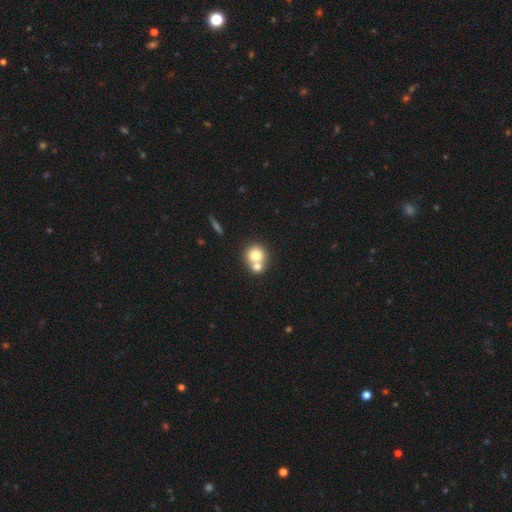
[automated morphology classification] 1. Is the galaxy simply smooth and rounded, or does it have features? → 74% smooth, 16% featured or disk, 10% star or artifact.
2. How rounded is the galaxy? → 85% round, 14% in between, 1% cigar-shaped.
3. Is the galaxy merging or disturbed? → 57% merger, 36% none, 5% minor disturbance, 2% major disturbance.